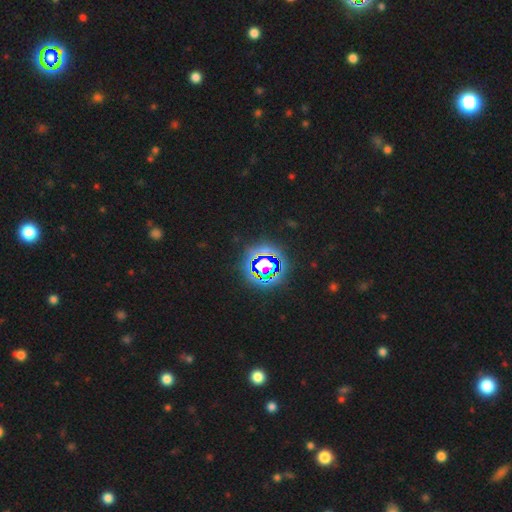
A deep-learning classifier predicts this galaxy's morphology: Overall: star or artifact (76%).